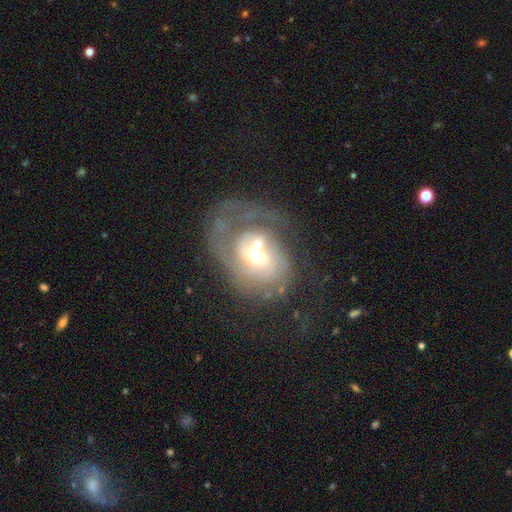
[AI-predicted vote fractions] This appears to be a featured or disk galaxy (75%) with no bar (65%), 1 (36%) tight (42%) spiral arms (78%) and a moderate central bulge (65%). Merging: merger (30%, tied with major disturbance).